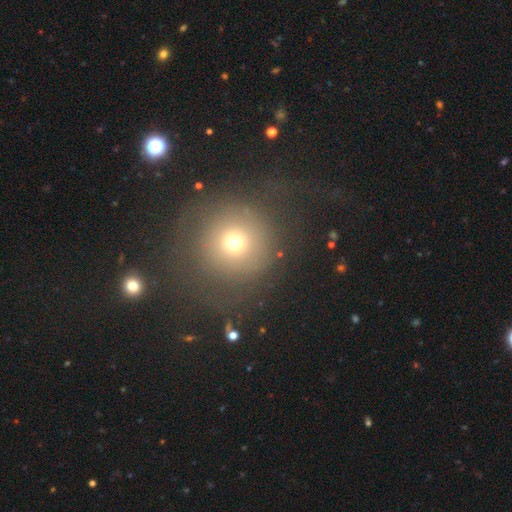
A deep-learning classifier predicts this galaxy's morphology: Smooth or featured? smooth (57%)
How rounded? round (94%)
Merging? none (74%)